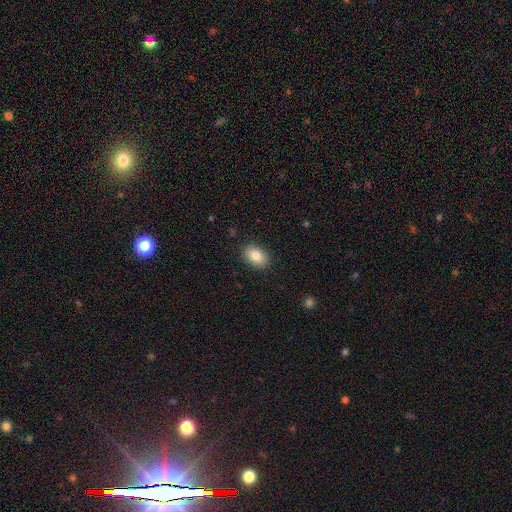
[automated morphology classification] Smooth or featured? smooth (86%)
How rounded? in between (82%)
Merging? none (88%)